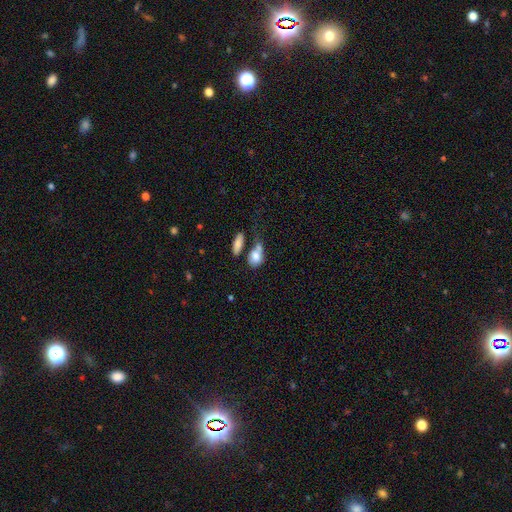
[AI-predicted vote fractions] Smooth or featured? smooth (78%)
How rounded? in between (72%)
Merging? merger (44%)